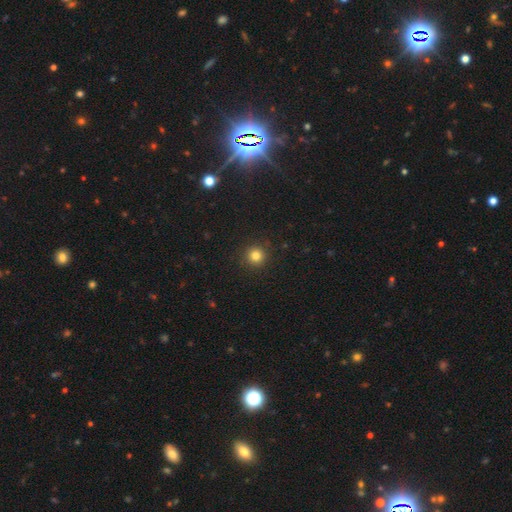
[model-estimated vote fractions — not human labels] Q: Smooth or featured?
A: smooth (82%); runner-up: star or artifact (13%)
Q: How rounded?
A: round (95%); runner-up: in between (4%)
Q: Merging?
A: none (92%); runner-up: minor disturbance (5%)